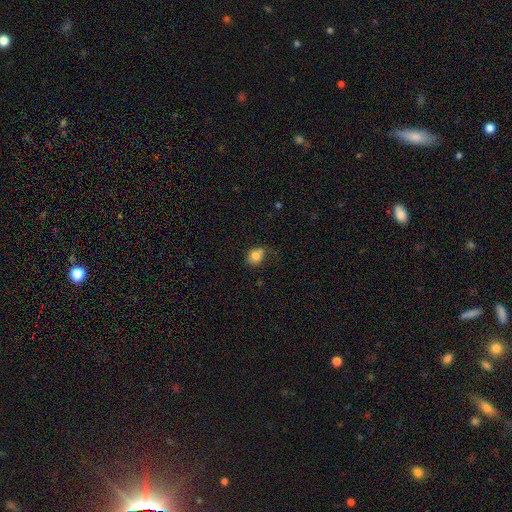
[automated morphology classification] Smooth or featured: smooth — 78% (featured or disk — 11%)
How rounded: round — 63% (in between — 36%)
Merging: none — 50% (minor disturbance — 25%)